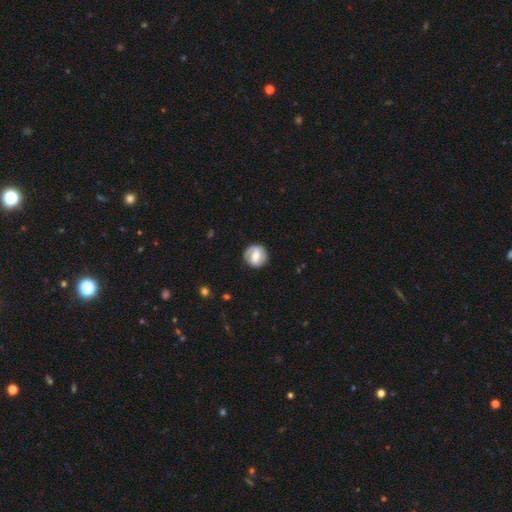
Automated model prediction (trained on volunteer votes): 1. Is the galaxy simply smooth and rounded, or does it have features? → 55% featured or disk, 39% smooth, 6% star or artifact.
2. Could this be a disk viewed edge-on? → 96% no, 4% yes.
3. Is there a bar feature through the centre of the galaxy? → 45% weak, 36% strong, 19% no.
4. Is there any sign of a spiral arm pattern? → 74% yes, 26% no.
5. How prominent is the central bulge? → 59% moderate, 22% small, 14% large, 4% none, 2% dominant.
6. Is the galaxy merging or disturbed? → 83% none, 12% minor disturbance, 4% major disturbance, 1% merger.